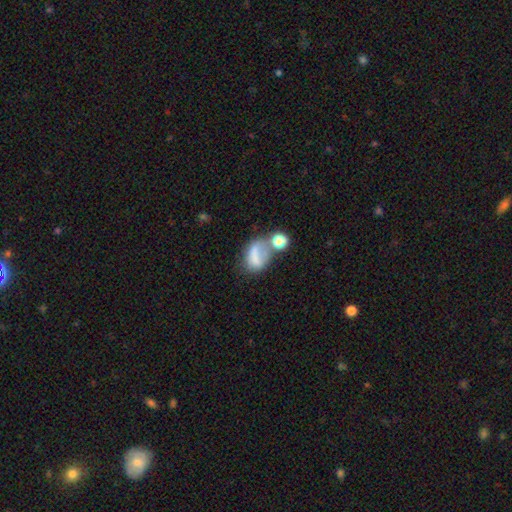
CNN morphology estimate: Smooth or featured? smooth (62%)
How rounded? in between (71%)
Merging? major disturbance (28%)